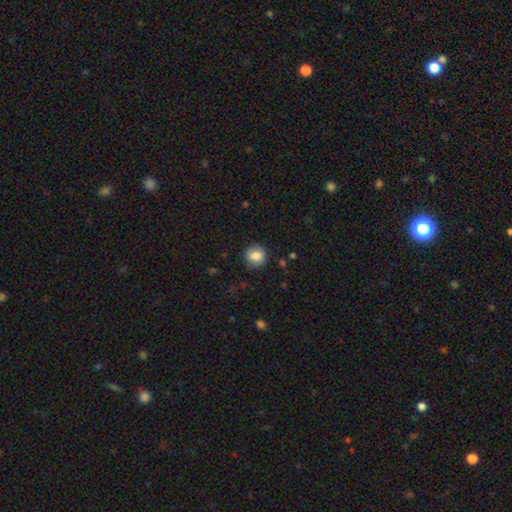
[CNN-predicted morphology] Smooth or featured? smooth (84%)
How rounded? round (88%)
Merging? none (85%)